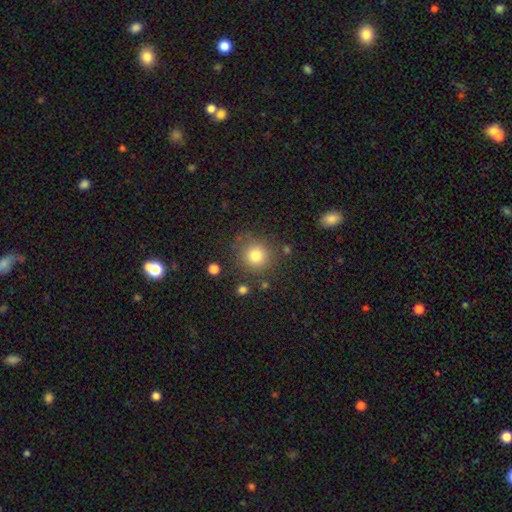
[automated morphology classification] smooth 79%, star or artifact 12%, featured or disk 8%. Down the decision tree: how rounded — round (90%); merging — none (81%).